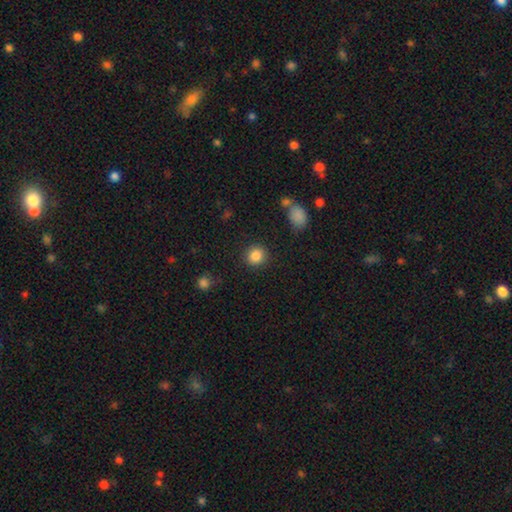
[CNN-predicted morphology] Smooth or featured: smooth — 87% (star or artifact — 9%)
How rounded: round — 87% (in between — 12%)
Merging: none — 88% (minor disturbance — 7%)